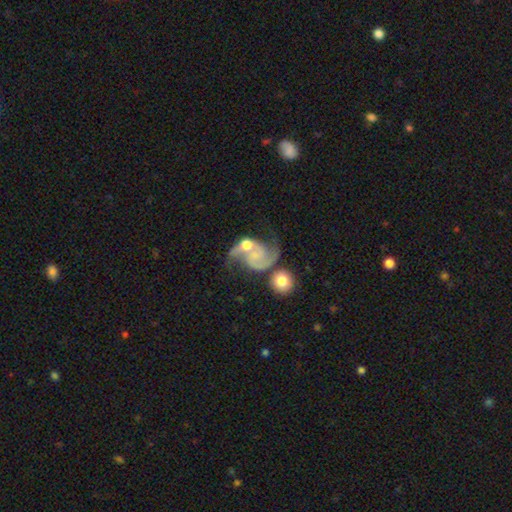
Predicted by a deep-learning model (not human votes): smooth_or_featured: featured or disk (p=0.85) [alt: smooth p=0.09]
disk_edge_on: no (p=0.98) [alt: yes p=0.02]
bar: no (p=0.64) [alt: weak p=0.30]
has_spiral_arms: yes (p=0.96) [alt: no p=0.04]
spiral_winding: medium (p=0.44) [tied with: loose p=0.44]
spiral_arm_count: 2 (p=0.88) [alt: 1 p=0.05]
bulge_size: small (p=0.42) [alt: moderate p=0.35]
merging: none (p=0.36) [alt: merger p=0.27]